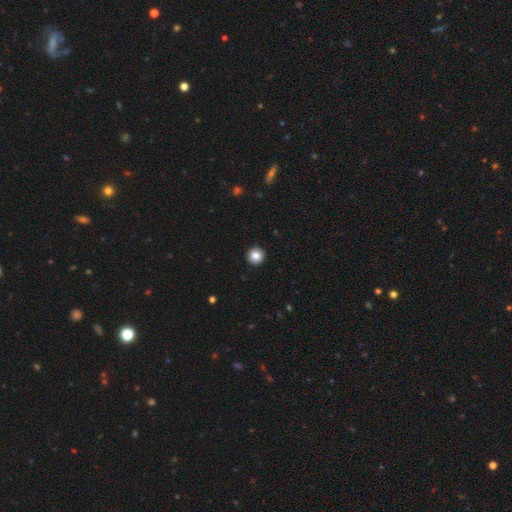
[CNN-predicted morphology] A smooth galaxy with no disk features (85%) that is round (96%).

Vote fractions:
- Smooth or featured? smooth: 85% / star or artifact: 9% / featured or disk: 5%
- How rounded? round: 96% / in between: 3% / cigar-shaped: 1%
- Merging? none: 94% / minor disturbance: 4% / major disturbance: 1% / merger: 1%